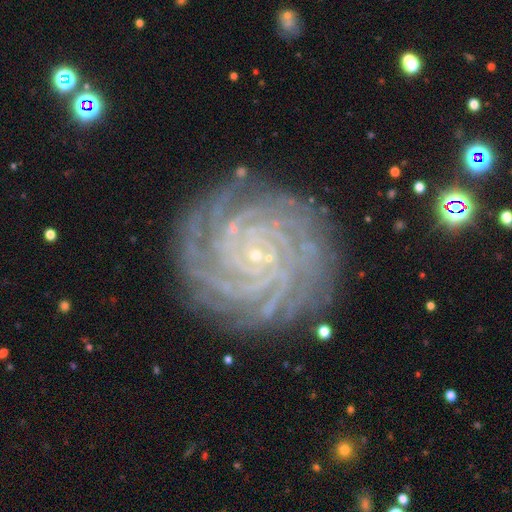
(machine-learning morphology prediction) A featured or disk galaxy (91%) with no bar (70%), more than 4 (32%) tight (87%) spiral arms (99%) and a small central bulge (90%). Merging: none (83%).